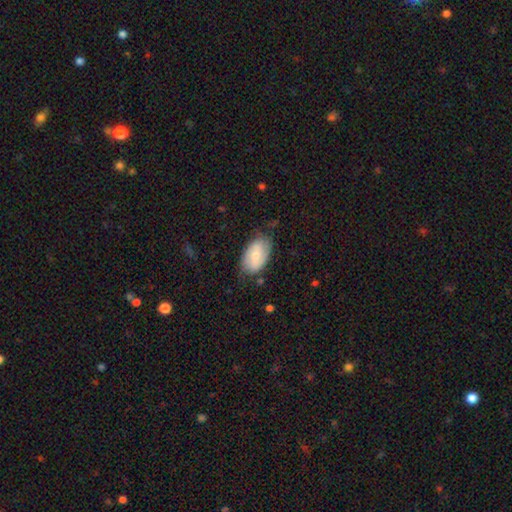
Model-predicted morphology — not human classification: A smooth galaxy with no disk features (54%) that is in between round and cigar-shaped (92%). Merging: none (68%).